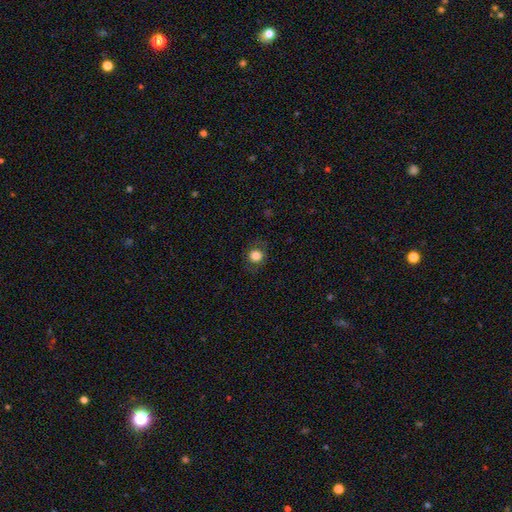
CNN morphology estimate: The model was most divided on "smooth or featured": smooth: 81%, star or artifact: 11%, featured or disk: 8%. More confident: how rounded — round (88%); merging — none (84%).